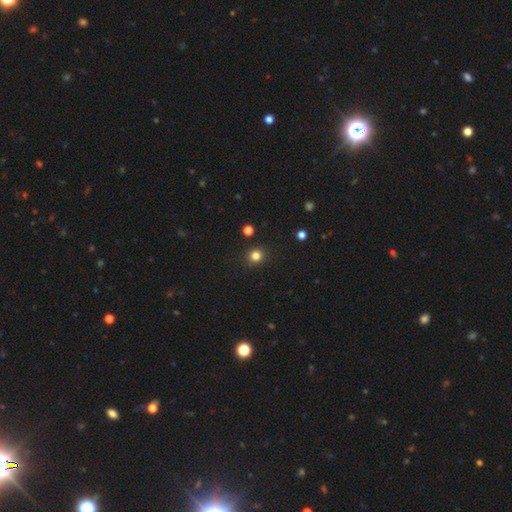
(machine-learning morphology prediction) A smooth galaxy with no disk features (81%) that is round (89%).

Vote fractions:
- Smooth or featured? smooth: 81% / star or artifact: 15% / featured or disk: 4%
- How rounded? round: 89% / in between: 11% / cigar-shaped: 1%
- Merging? none: 91% / minor disturbance: 6% / major disturbance: 2% / merger: 2%